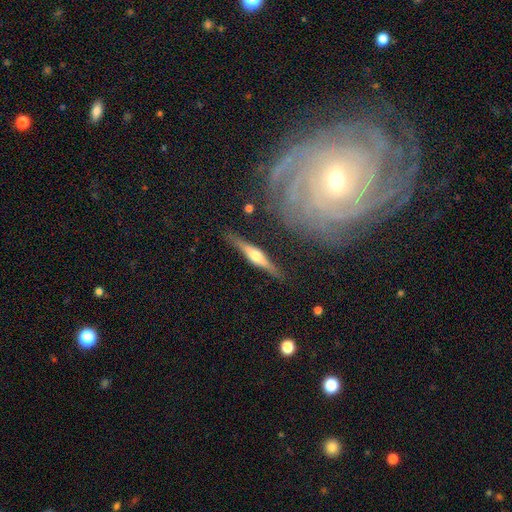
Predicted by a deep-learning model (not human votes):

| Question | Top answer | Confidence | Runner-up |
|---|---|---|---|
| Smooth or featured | featured or disk | 68% | smooth (26%) |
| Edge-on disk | yes | 96% | no (4%) |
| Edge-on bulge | rounded | 89% | boxy (7%) |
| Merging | none | 86% | minor disturbance (10%) |